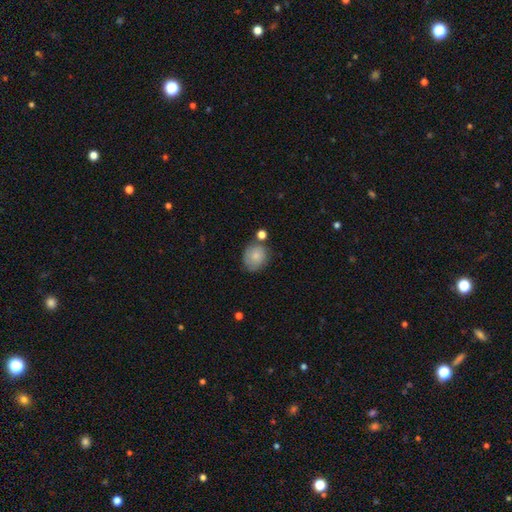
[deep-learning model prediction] A smooth galaxy with no disk features (80%) that is round (69%). Merging: none (63%).